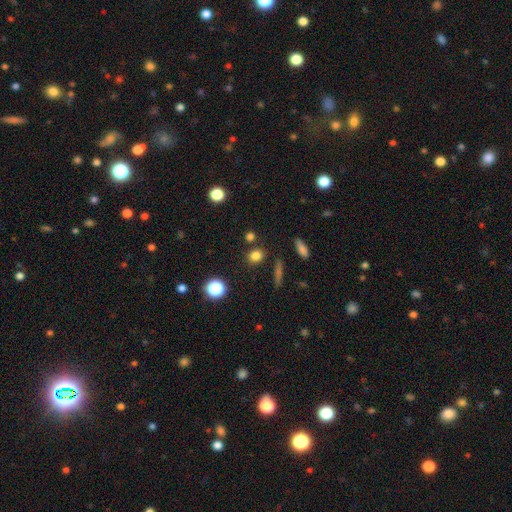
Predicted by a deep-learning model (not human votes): A smooth galaxy with no disk features (79%) that is round (74%). Merging: none (83%).